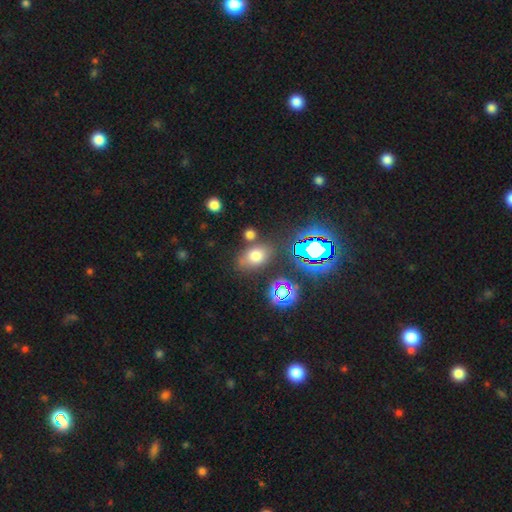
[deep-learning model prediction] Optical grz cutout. It shows a smooth galaxy with no disk features (66%) that is in between round and cigar-shaped (73%). Merging: none (73%).